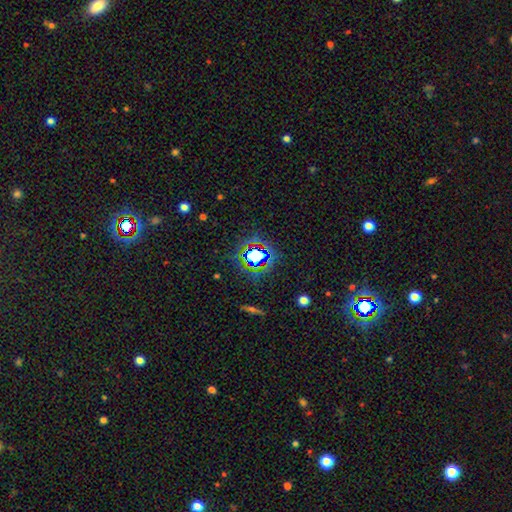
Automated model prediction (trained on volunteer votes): Morphology: type=star or artifact (66%).